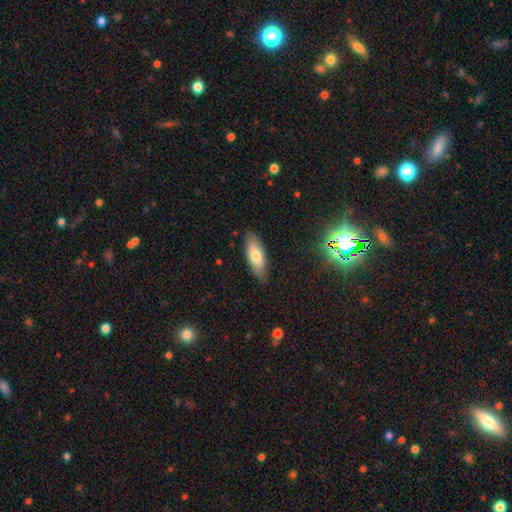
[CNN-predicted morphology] smooth-or-featured: smooth: 73% | featured or disk: 21% | star or artifact: 7%
  how-rounded: in between: 72% | cigar-shaped: 26% | round: 2%
  merging: none: 84% | minor disturbance: 12% | major disturbance: 2% | merger: 1%